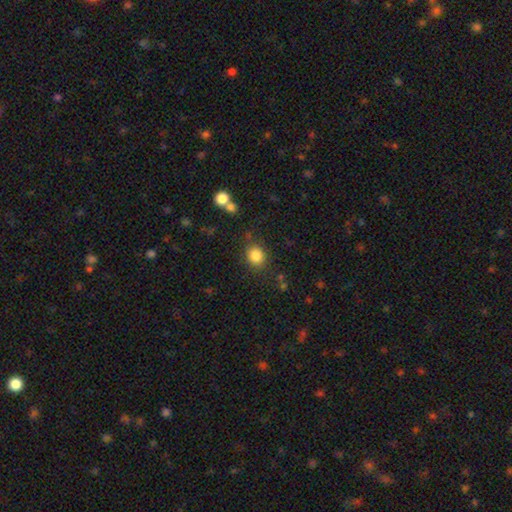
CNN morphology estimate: A smooth galaxy with no disk features (85%) that is round (79%). Merging: none (81%).